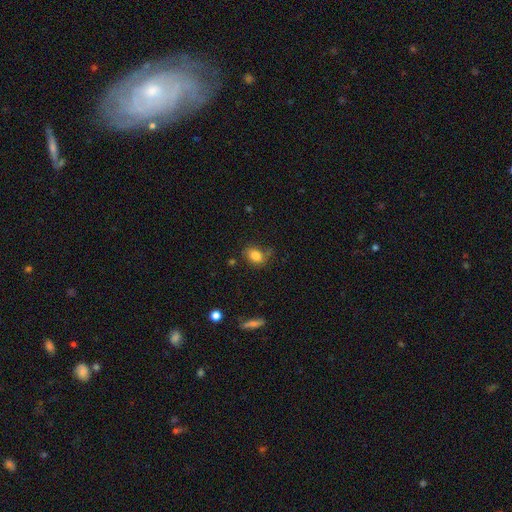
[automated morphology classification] Smooth or featured? smooth (81%)
How rounded? in between (69%)
Merging? none (67%)